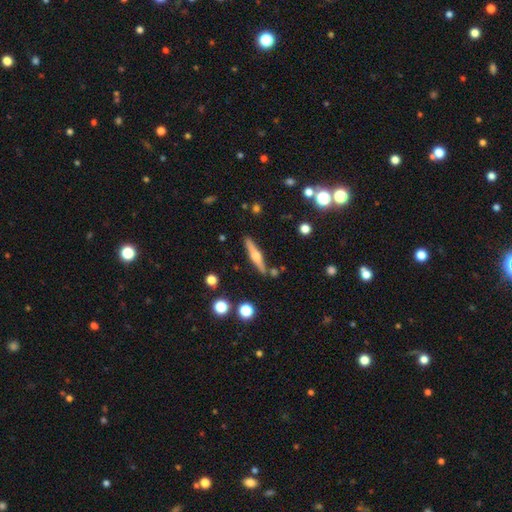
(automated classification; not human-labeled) This is likely a featured or disk galaxy (62%). It is clearly viewed edge-on (96%). Edge-on bulge: clearly rounded (91%). Merging: clearly none (85%).